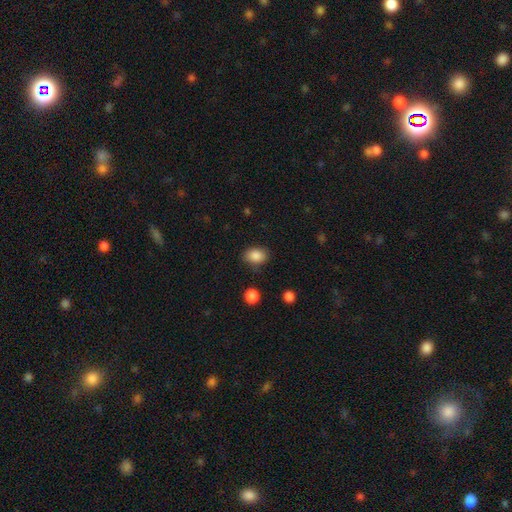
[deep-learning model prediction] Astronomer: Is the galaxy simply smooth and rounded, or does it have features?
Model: smooth — 87%.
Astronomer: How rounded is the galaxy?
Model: in between — 71%.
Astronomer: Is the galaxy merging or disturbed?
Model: none — 80%.